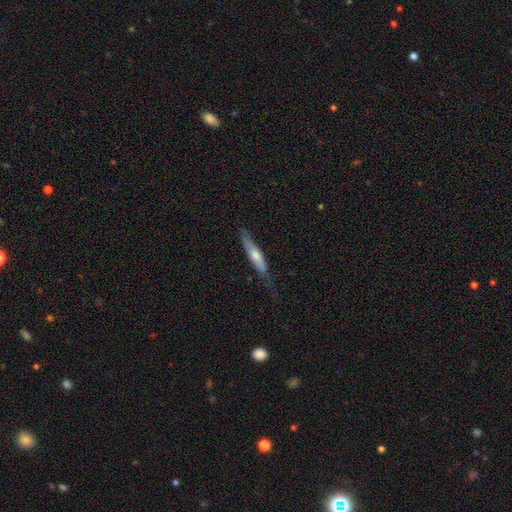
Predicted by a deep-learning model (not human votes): Morphology: type=smooth (52%); roundness=cigar-shaped (83%); merging=none (64%).